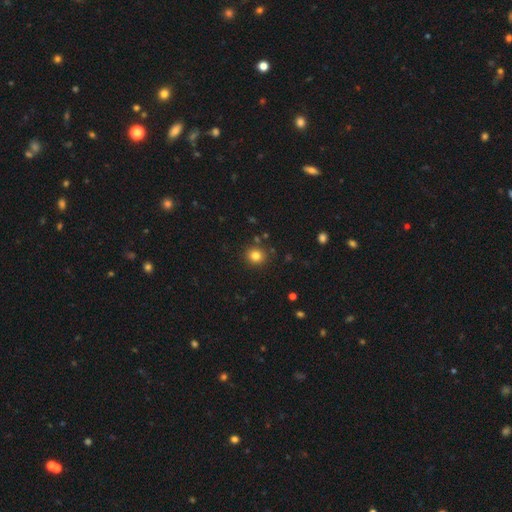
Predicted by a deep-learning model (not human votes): smooth 81%, star or artifact 13%, featured or disk 6%. Down the decision tree: how rounded — round (87%); merging — none (87%).